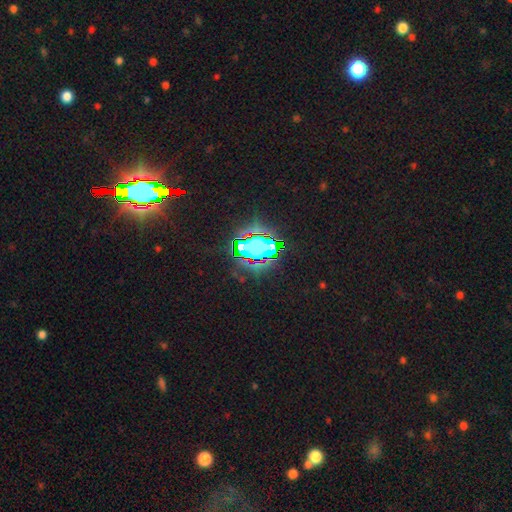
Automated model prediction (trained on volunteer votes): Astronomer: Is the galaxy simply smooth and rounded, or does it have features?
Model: star or artifact — 70%.